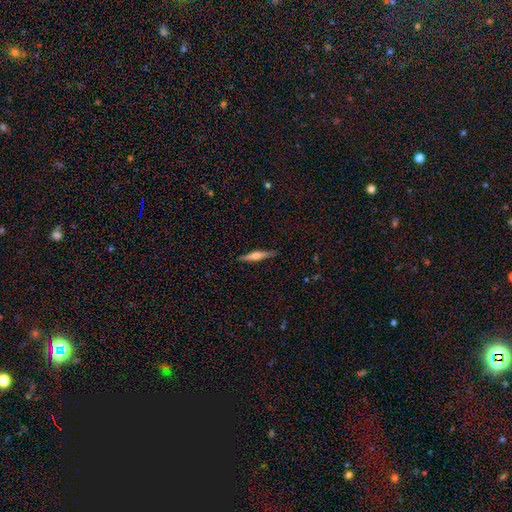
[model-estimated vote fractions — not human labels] smooth_or_featured: featured or disk (p=0.55) [alt: smooth p=0.39]
disk_edge_on: yes (p=0.97) [alt: no p=0.03]
edge_on_bulge: rounded (p=0.82) [alt: boxy p=0.10]
merging: none (p=0.89) [alt: minor disturbance p=0.08]